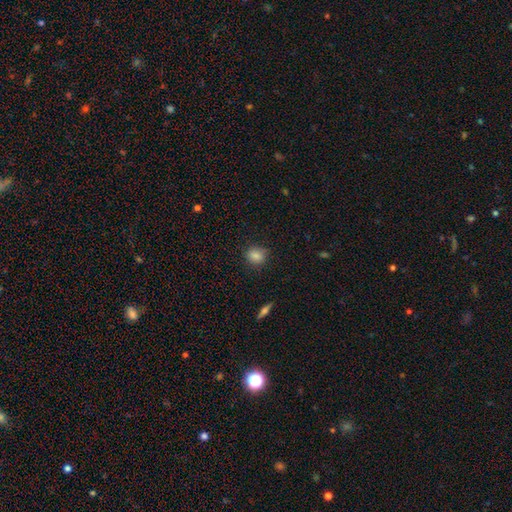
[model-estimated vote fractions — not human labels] smooth 84%, star or artifact 10%, featured or disk 6%. Down the decision tree: how rounded — round (71%); merging — none (84%).